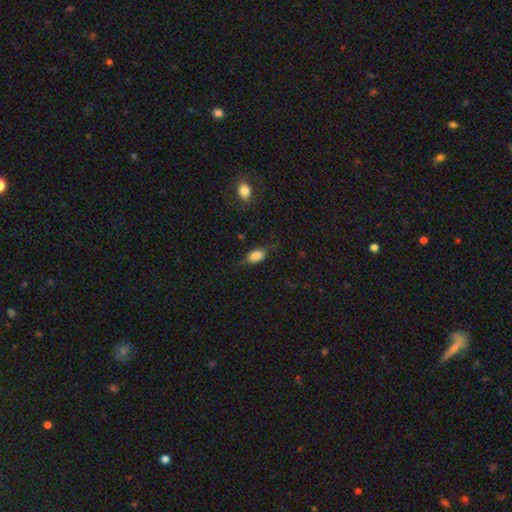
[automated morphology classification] This is clearly a smooth galaxy (81%). How rounded: clearly in between (89%). Merging: likely none (66%).